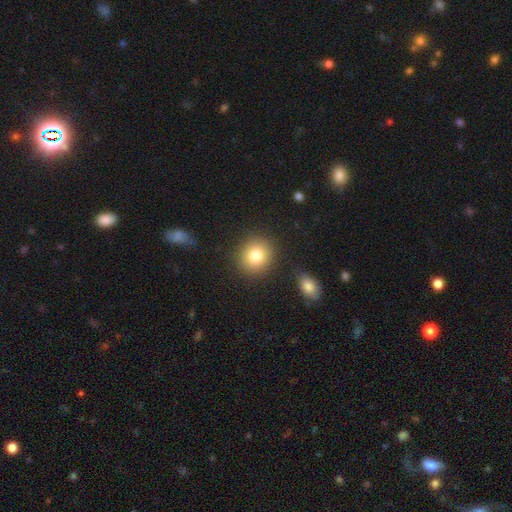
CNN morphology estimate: Smooth or featured? smooth (82%)
How rounded? round (85%)
Merging? none (86%)